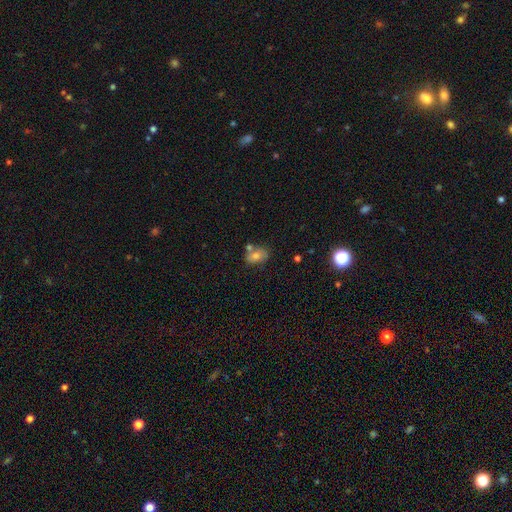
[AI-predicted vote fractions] The model was most divided on "merging": none: 56%, merger: 21%, minor disturbance: 18%, major disturbance: 5%. More confident: how rounded — in between (78%); smooth or featured — smooth (71%).